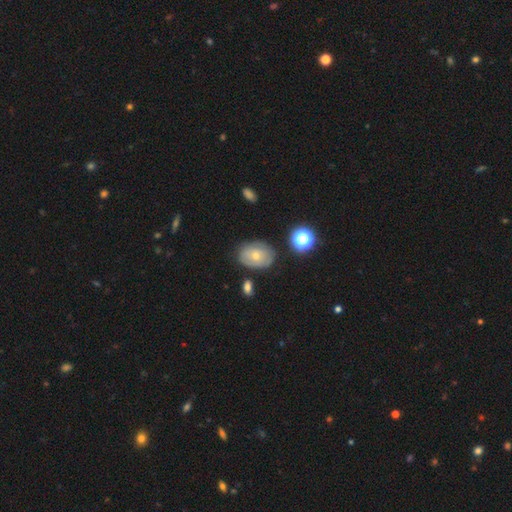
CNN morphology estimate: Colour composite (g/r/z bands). It shows a smooth galaxy with no disk features (51%) that is in between round and cigar-shaped (71%). Merging: none (73%).